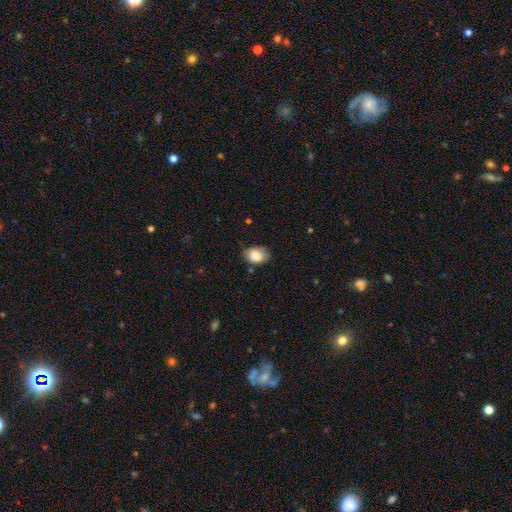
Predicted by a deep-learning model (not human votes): Smooth or featured? Predicted: smooth (p=0.85). How rounded? Predicted: in between (p=0.78). Merging? Predicted: none (p=0.68).